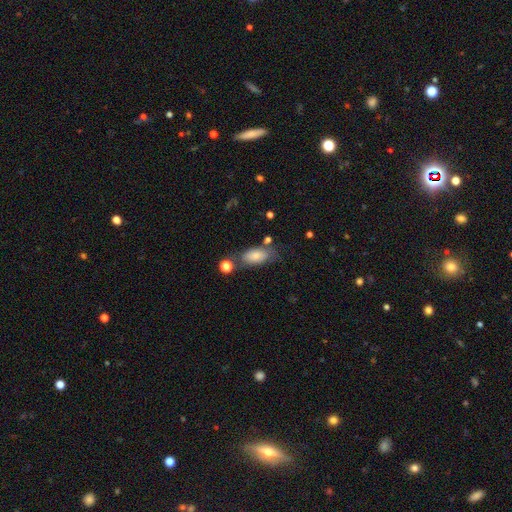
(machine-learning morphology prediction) A smooth galaxy with no disk features (78%) that is in between round and cigar-shaped (89%). Merging: none (57%).